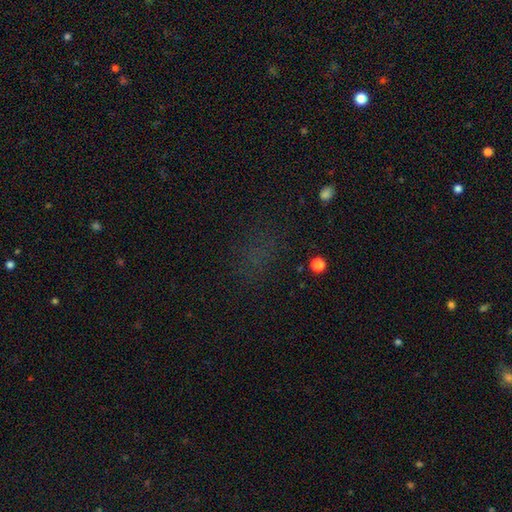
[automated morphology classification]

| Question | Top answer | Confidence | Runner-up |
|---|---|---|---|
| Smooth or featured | star or artifact | 47% | smooth (41%) |